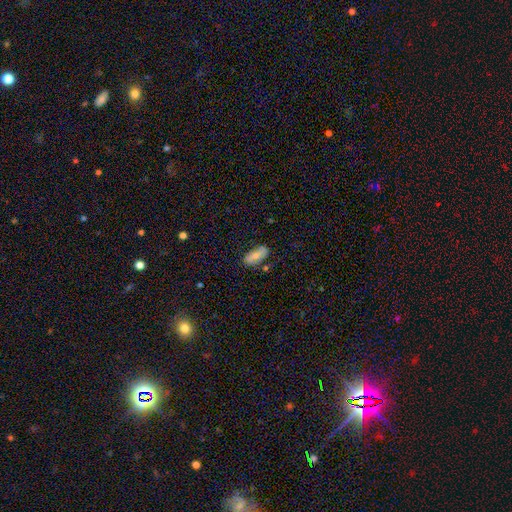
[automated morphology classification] Smooth or featured?
  - smooth: 69% *
  - featured or disk: 24%
  - star or artifact: 7%
How rounded?
  - in between: 83% *
  - cigar-shaped: 15%
  - round: 3%
Merging?
  - none: 75% *
  - minor disturbance: 18%
  - major disturbance: 4%
  - merger: 4%